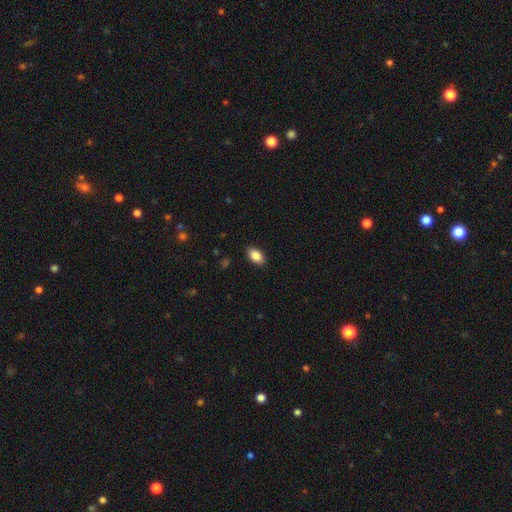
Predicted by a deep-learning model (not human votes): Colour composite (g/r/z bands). It shows a smooth galaxy with no disk features (87%) that is in between round and cigar-shaped (91%). Merging: none (88%).